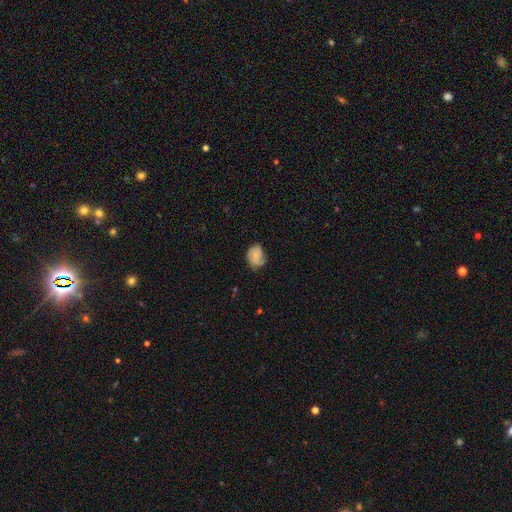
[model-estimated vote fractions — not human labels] Q: Smooth or featured?
A: smooth (54%); runner-up: featured or disk (38%)
Q: How rounded?
A: in between (57%); runner-up: round (42%)
Q: Merging?
A: none (49%); runner-up: minor disturbance (34%)